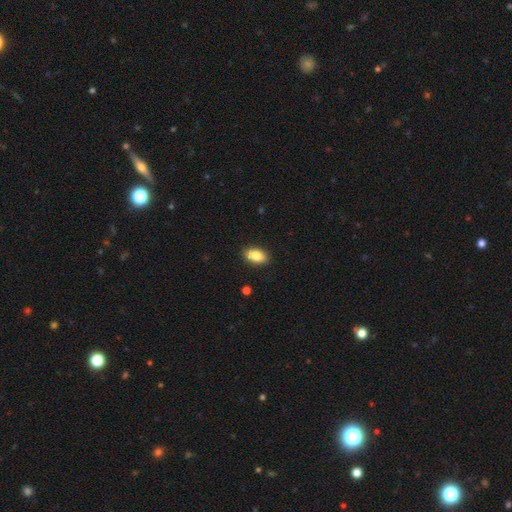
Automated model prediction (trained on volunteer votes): Smooth or featured? smooth (86%)
How rounded? in between (92%)
Merging? none (89%)